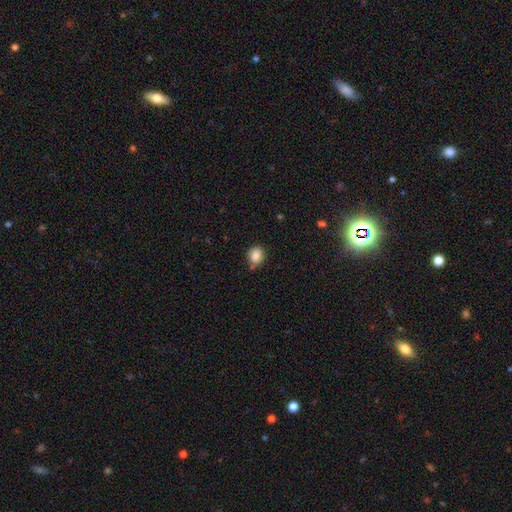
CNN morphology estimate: This appears to be a smooth galaxy with no disk features (85%) that is round (69%). Merging: none (74%).